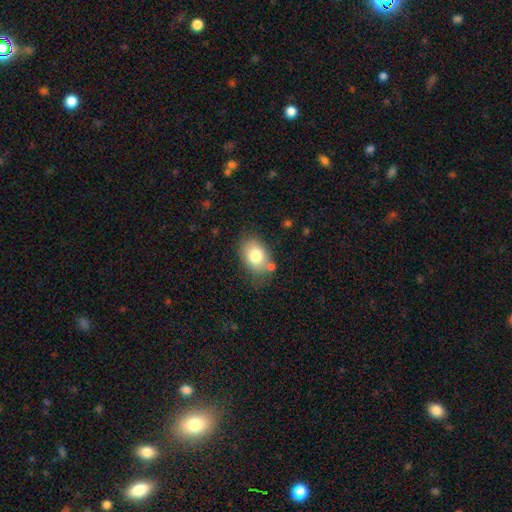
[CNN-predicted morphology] This is likely a smooth galaxy (78%). How rounded: likely in between (78%). Merging: likely none (68%).